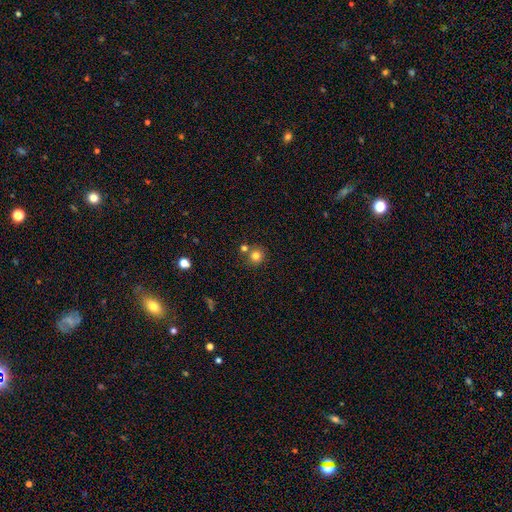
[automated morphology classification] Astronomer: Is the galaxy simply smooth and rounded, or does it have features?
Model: smooth — 80%.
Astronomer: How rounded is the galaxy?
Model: round — 91%.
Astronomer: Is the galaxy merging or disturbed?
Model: none — 70%.